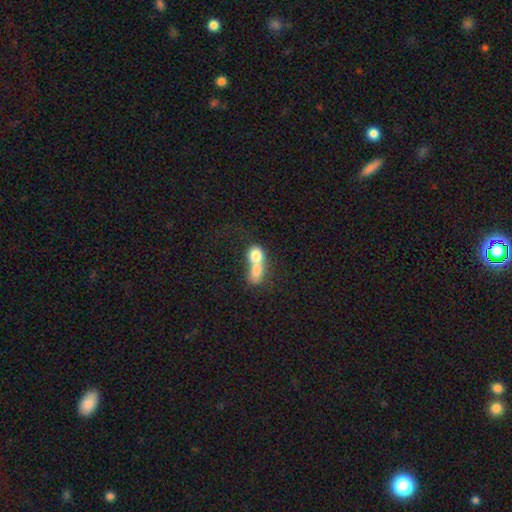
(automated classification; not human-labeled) Smooth or featured? smooth (73%)
How rounded? in between (50%)
Merging? merger (77%)